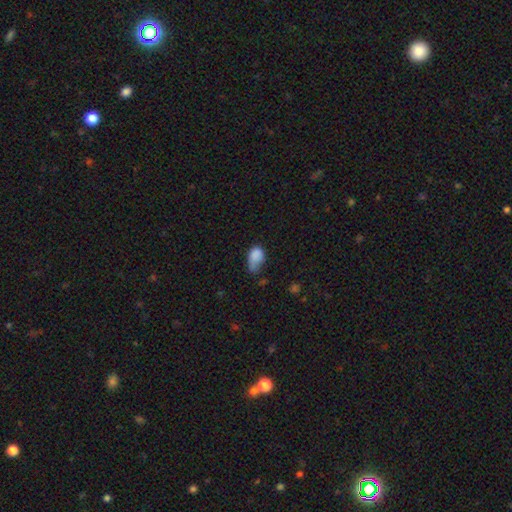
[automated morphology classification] Smooth or featured? smooth (82%)
How rounded? in between (83%)
Merging? minor disturbance (40%)